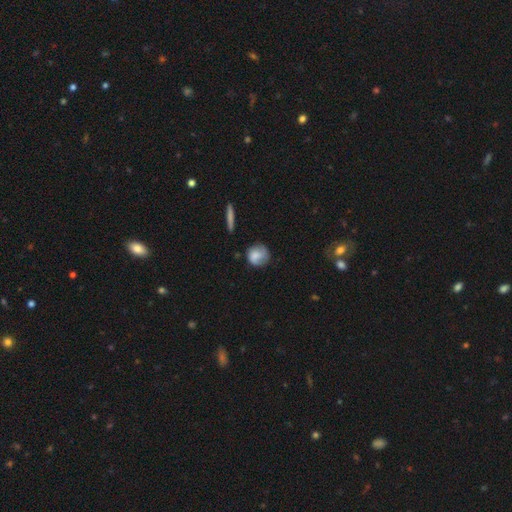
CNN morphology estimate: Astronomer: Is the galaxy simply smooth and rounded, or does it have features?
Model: smooth — 69%.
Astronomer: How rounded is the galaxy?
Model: round — 84%.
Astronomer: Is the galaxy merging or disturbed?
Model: none — 65%.